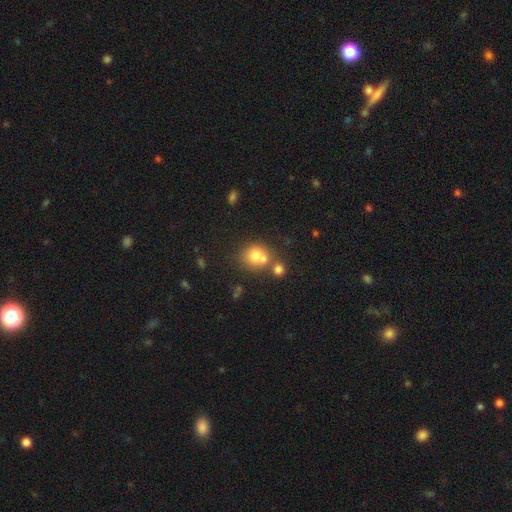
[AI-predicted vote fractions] Smooth or featured?
  - smooth: 71% *
  - featured or disk: 17%
  - star or artifact: 12%
How rounded?
  - round: 80% *
  - in between: 19%
  - cigar-shaped: 1%
Merging?
  - merger: 44% *
  - none: 43%
  - minor disturbance: 9%
  - major disturbance: 4%